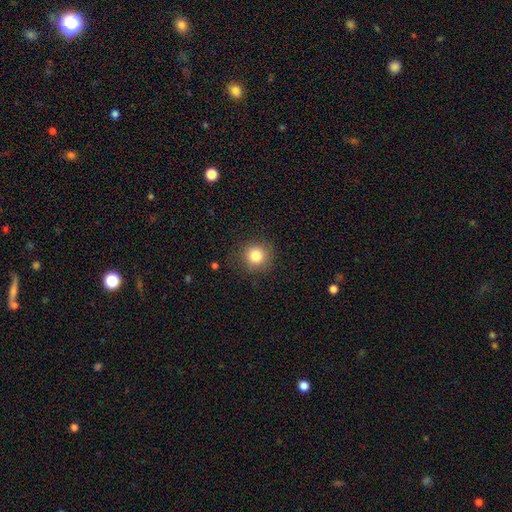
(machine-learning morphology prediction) smooth-or-featured: smooth: 81% | star or artifact: 11% | featured or disk: 7%
  how-rounded: round: 93% | in between: 6% | cigar-shaped: 1%
  merging: none: 86% | minor disturbance: 9% | major disturbance: 3% | merger: 1%